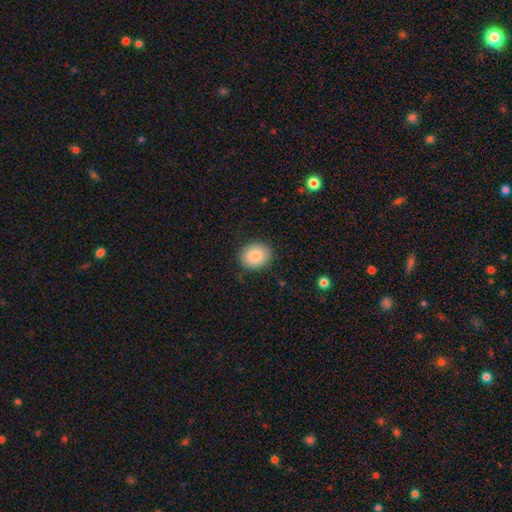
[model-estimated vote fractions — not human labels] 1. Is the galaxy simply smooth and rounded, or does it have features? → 87% smooth, 7% star or artifact, 5% featured or disk.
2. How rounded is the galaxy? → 58% round, 41% in between, 1% cigar-shaped.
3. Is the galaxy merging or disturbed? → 87% none, 9% minor disturbance, 2% major disturbance, 1% merger.